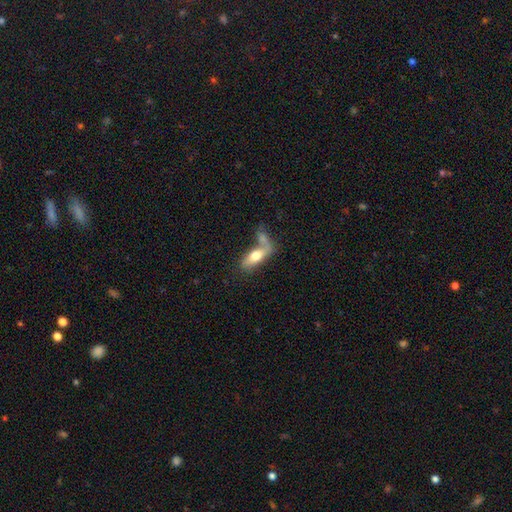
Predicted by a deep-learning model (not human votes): A smooth galaxy with no disk features (68%) that is in between round and cigar-shaped (72%).

Vote fractions:
- Smooth or featured? smooth: 68% / featured or disk: 26% / star or artifact: 7%
- How rounded? in between: 72% / cigar-shaped: 24% / round: 4%
- Merging? merger: 45% / none: 33% / minor disturbance: 13% / major disturbance: 9%